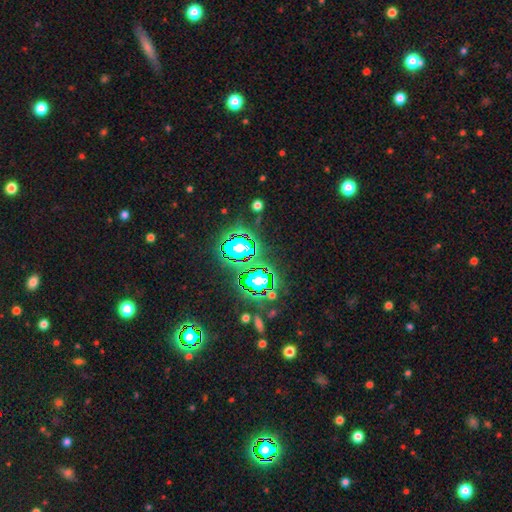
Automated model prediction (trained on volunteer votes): The model was most divided on "smooth or featured": star or artifact: 83%, smooth: 10%, featured or disk: 7%.